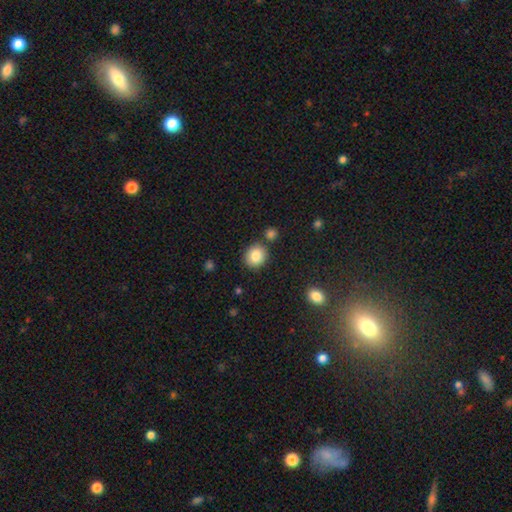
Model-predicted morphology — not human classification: Smooth or featured? Predicted: smooth (p=0.84). How rounded? Predicted: round (p=0.75). Merging? Predicted: none (p=0.79).